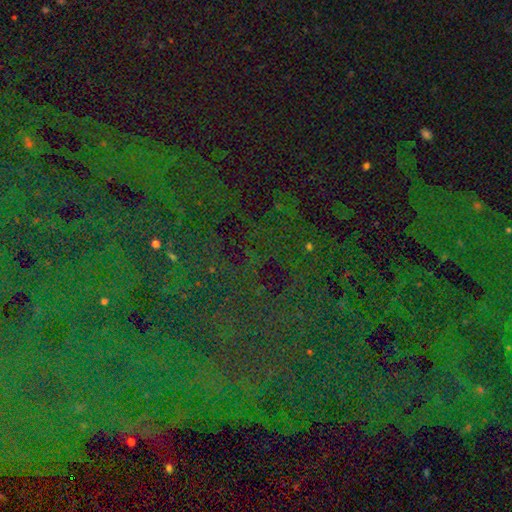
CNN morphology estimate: smooth-or-featured: star or artifact: 84% | smooth: 8% | featured or disk: 8%